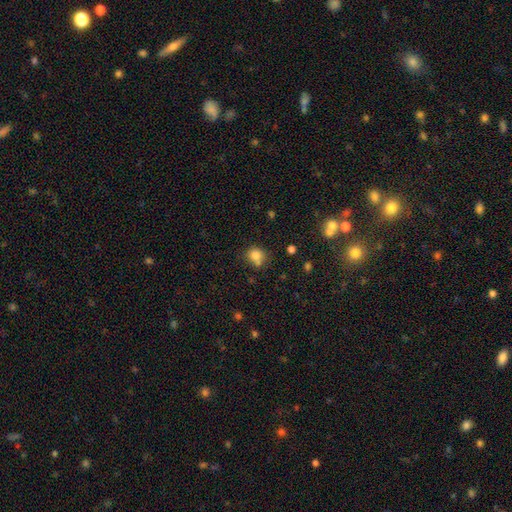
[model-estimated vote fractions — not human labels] smooth 79%, star or artifact 13%, featured or disk 8%. Down the decision tree: how rounded — round (77%); merging — none (54%).